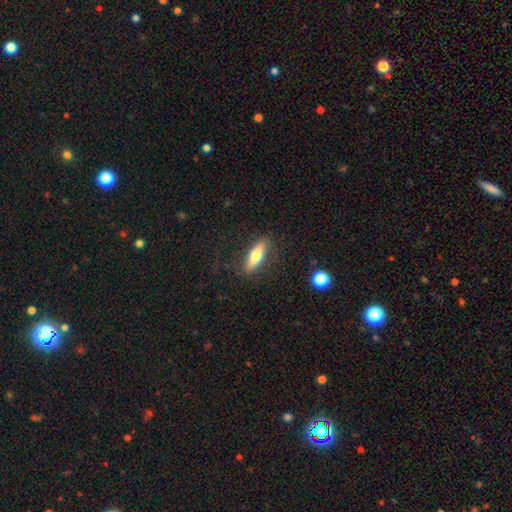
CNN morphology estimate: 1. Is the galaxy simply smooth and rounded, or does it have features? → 64% smooth, 30% featured or disk, 6% star or artifact.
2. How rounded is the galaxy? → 62% cigar-shaped, 36% in between, 2% round.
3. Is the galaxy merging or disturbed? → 84% none, 11% minor disturbance, 4% major disturbance, 1% merger.